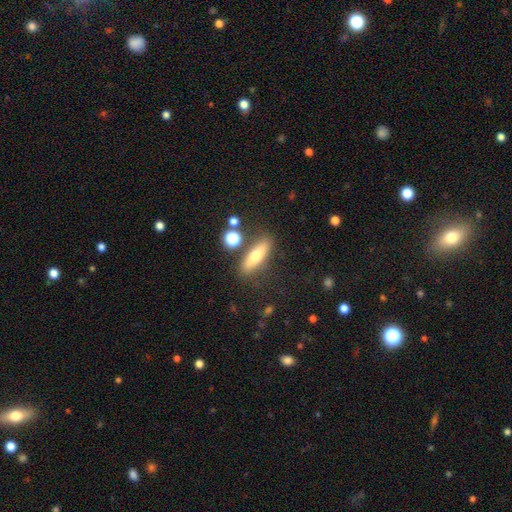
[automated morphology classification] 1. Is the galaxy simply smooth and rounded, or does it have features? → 61% smooth, 30% featured or disk, 9% star or artifact.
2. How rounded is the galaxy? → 59% cigar-shaped, 38% in between, 4% round.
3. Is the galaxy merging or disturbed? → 81% none, 11% minor disturbance, 5% merger, 3% major disturbance.